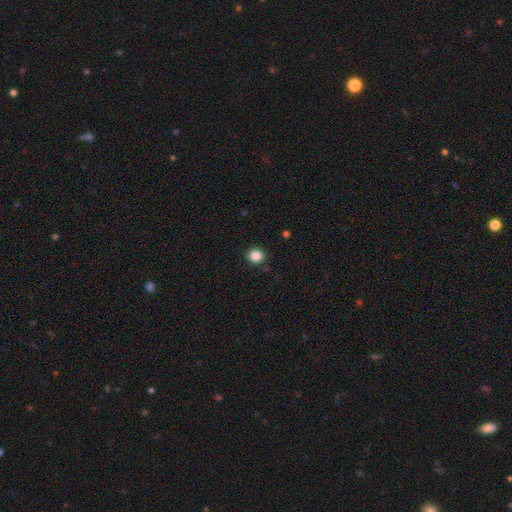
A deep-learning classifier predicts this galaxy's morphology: This appears to be a smooth galaxy with no disk features (85%) that is round (88%). Merging: none (90%).